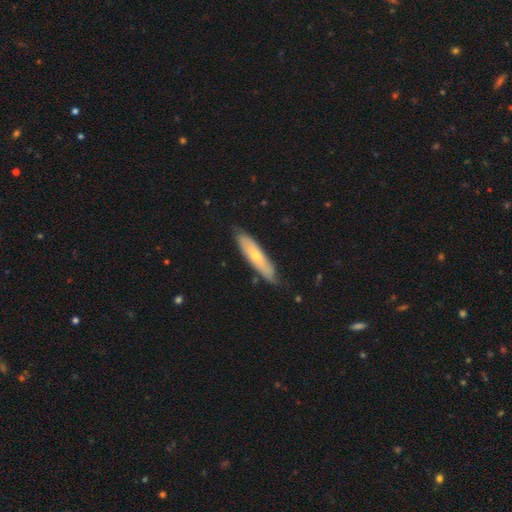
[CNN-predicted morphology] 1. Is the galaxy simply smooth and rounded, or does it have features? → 53% smooth, 41% featured or disk, 6% star or artifact.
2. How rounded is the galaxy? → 76% cigar-shaped, 23% in between, 2% round.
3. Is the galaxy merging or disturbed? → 75% none, 20% minor disturbance, 3% major disturbance, 2% merger.